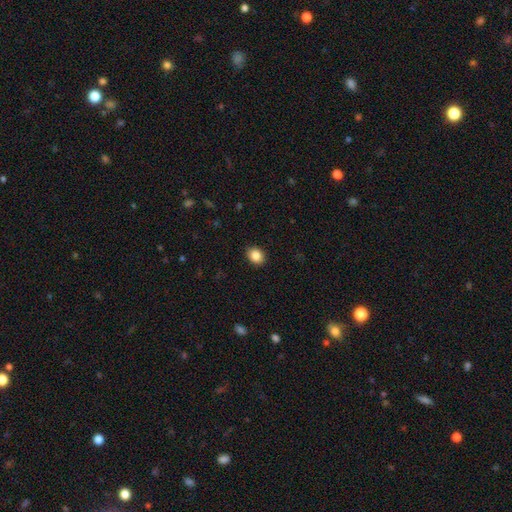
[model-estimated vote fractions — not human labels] A smooth galaxy with no disk features (86%) that is in between round and cigar-shaped (52%). Merging: none (91%).